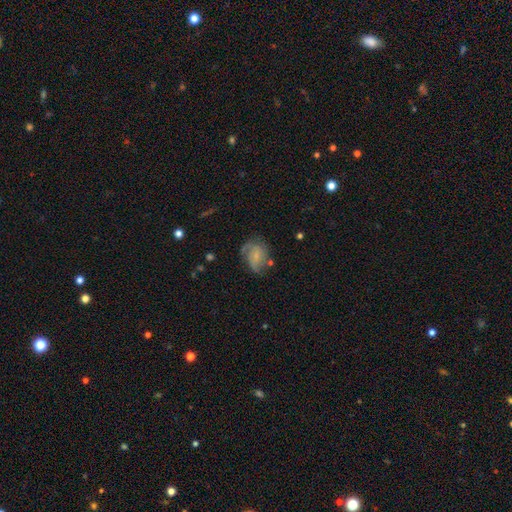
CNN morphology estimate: Overall: featured or disk (57%; smooth 34%). Edge-on disk: no (97%). Bar: no (66%; weak 29%). Spiral arms: yes (82%). Bulge size: small (68%). Merging: none (48%; minor disturbance 27%).